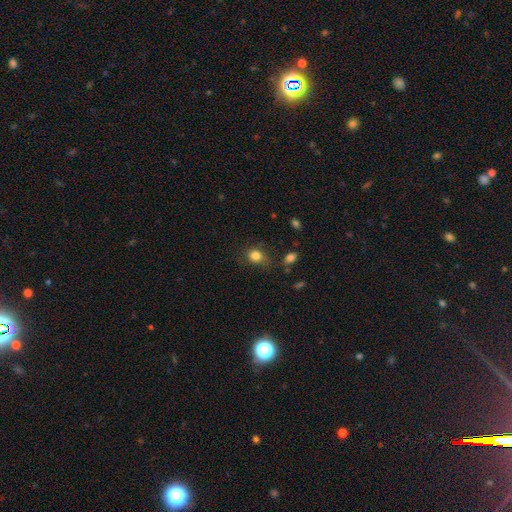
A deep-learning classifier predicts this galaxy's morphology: Smooth or featured?
  - smooth: 83% *
  - star or artifact: 11%
  - featured or disk: 6%
How rounded?
  - round: 59% *
  - in between: 40%
  - cigar-shaped: 1%
Merging?
  - none: 67% *
  - minor disturbance: 23%
  - major disturbance: 7%
  - merger: 3%